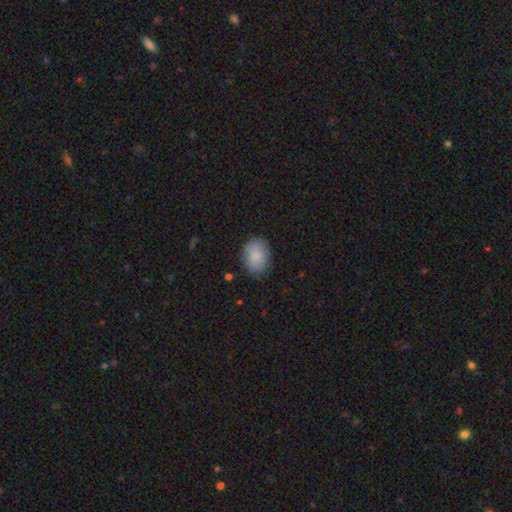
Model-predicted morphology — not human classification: Smooth or featured: smooth — 86% (featured or disk — 7%)
How rounded: in between — 68% (round — 31%)
Merging: none — 83% (minor disturbance — 13%)